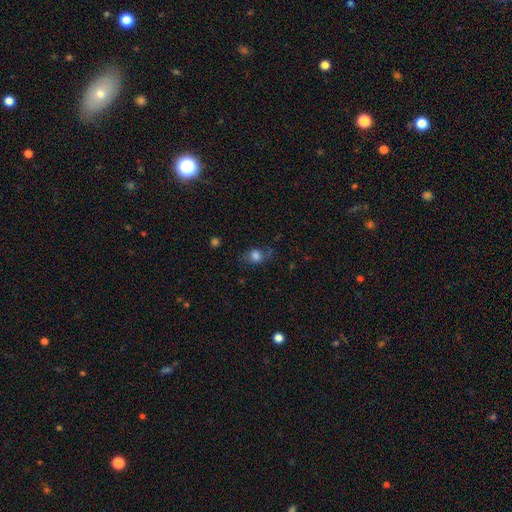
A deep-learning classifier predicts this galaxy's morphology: smooth-or-featured: smooth: 77% | star or artifact: 13% | featured or disk: 10%
  how-rounded: round: 55% | in between: 43% | cigar-shaped: 2%
  merging: none: 61% | minor disturbance: 24% | major disturbance: 12% | merger: 4%